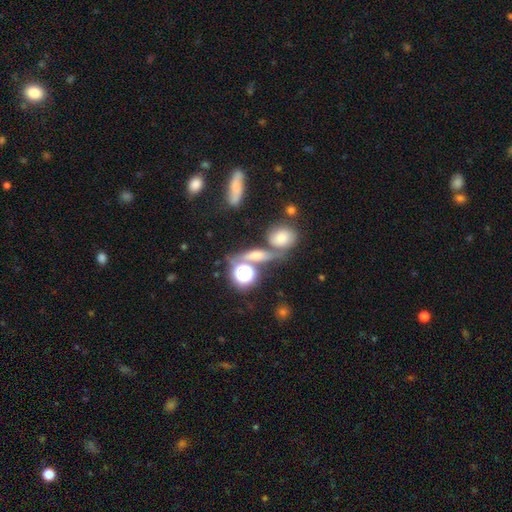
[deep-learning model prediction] Smooth or featured?
  - smooth: 45% *
  - star or artifact: 32%
  - featured or disk: 23%
Merging?
  - none: 48% *
  - merger: 32%
  - minor disturbance: 13%
  - major disturbance: 8%